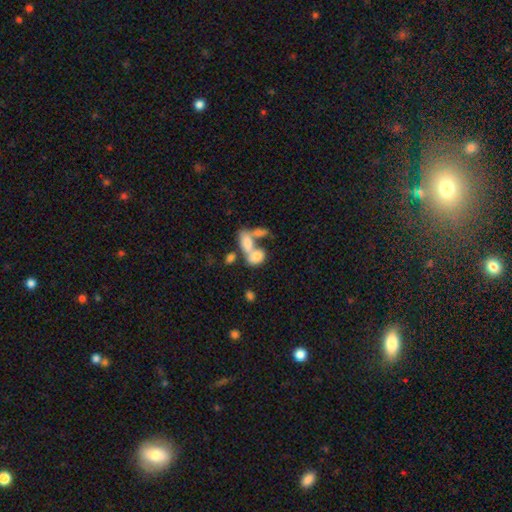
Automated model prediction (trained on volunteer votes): This is likely a smooth galaxy (70%). How rounded: clearly in between (82%). Merging: likely merger (63%).